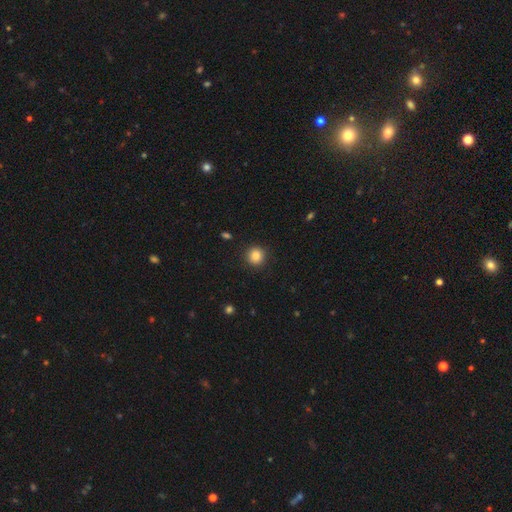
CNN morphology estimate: A smooth galaxy with no disk features (85%) that is round (93%). Merging: none (91%).